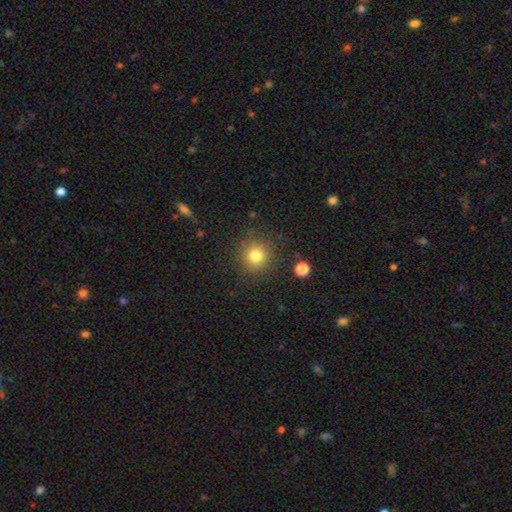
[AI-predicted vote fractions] smooth_or_featured: smooth (p=0.79) [alt: star or artifact p=0.14]
how_rounded: round (p=0.93) [alt: in between p=0.06]
merging: none (p=0.88) [alt: minor disturbance p=0.07]